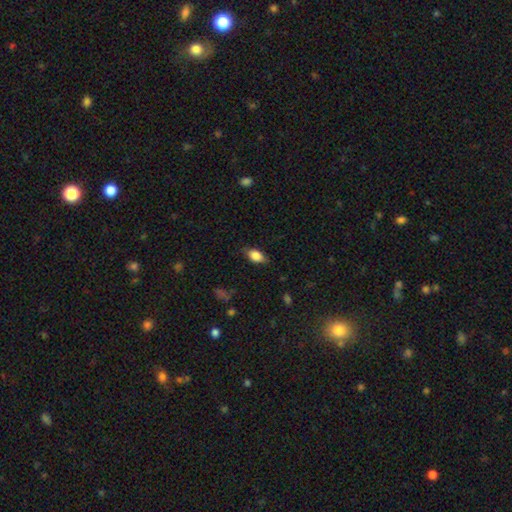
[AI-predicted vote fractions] This appears to be a smooth galaxy with no disk features (81%) that is in between round and cigar-shaped (87%). Merging: none (76%).